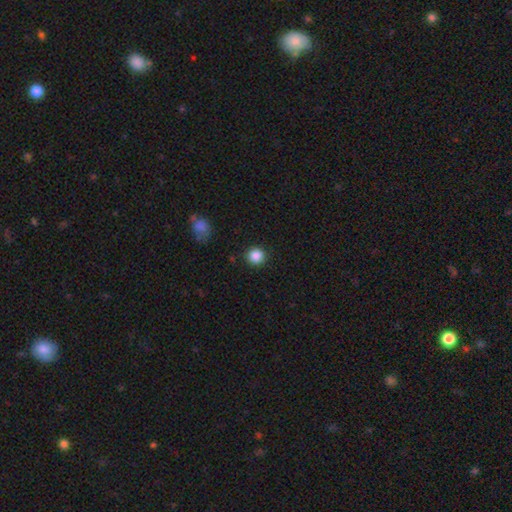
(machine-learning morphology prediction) smooth 87%, star or artifact 10%, featured or disk 3%. Down the decision tree: how rounded — round (94%); merging — none (90%).